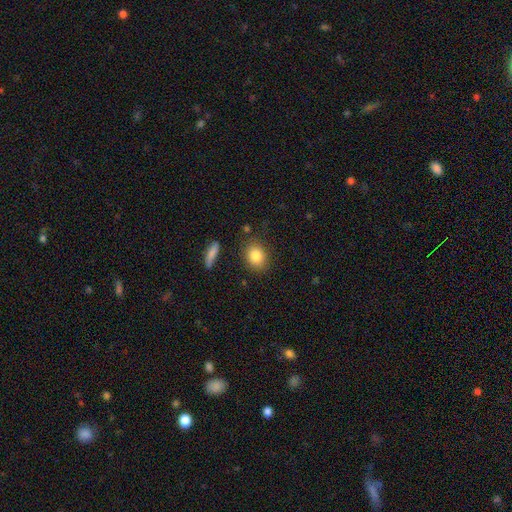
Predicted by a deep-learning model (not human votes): A smooth galaxy with no disk features (85%) that is in between round and cigar-shaped (53%).

Vote fractions:
- Smooth or featured? smooth: 85% / star or artifact: 8% / featured or disk: 7%
- How rounded? in between: 53% / round: 45% / cigar-shaped: 2%
- Merging? none: 82% / minor disturbance: 11% / major disturbance: 3% / merger: 3%